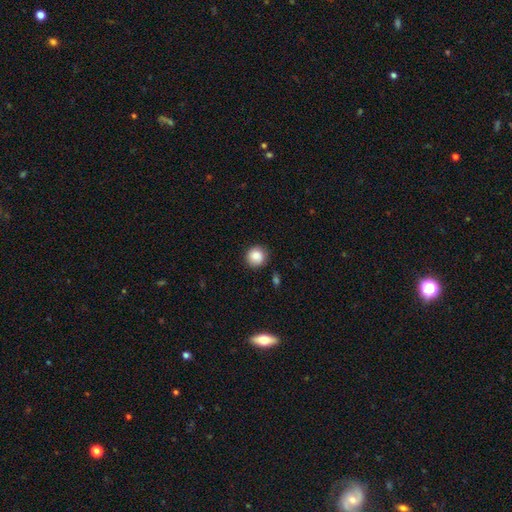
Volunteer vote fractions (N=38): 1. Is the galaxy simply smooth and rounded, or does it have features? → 87% smooth, 8% featured or disk, 5% star or artifact.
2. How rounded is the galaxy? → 97% round, 3% in between, 0% cigar-shaped.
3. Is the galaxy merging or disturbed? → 83% none, 14% minor disturbance, 3% merger, 0% major disturbance.